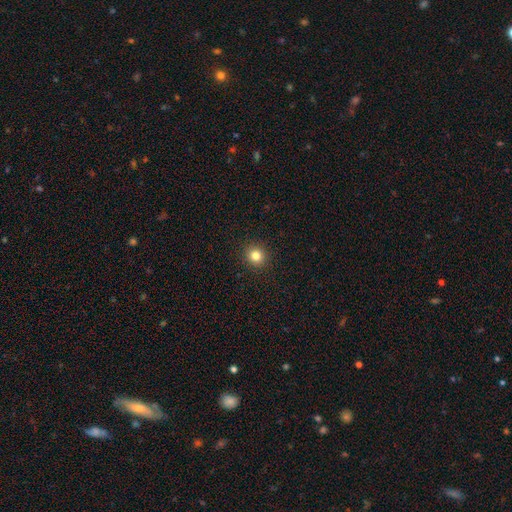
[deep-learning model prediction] smooth 82%, star or artifact 13%, featured or disk 6%. Down the decision tree: how rounded — round (90%); merging — none (93%).